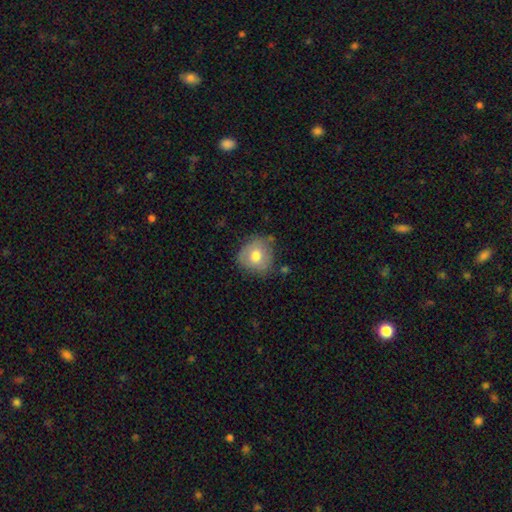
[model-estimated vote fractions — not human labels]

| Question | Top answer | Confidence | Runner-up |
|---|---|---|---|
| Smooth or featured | smooth | 70% | featured or disk (22%) |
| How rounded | round | 81% | in between (18%) |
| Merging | none | 68% | minor disturbance (23%) |